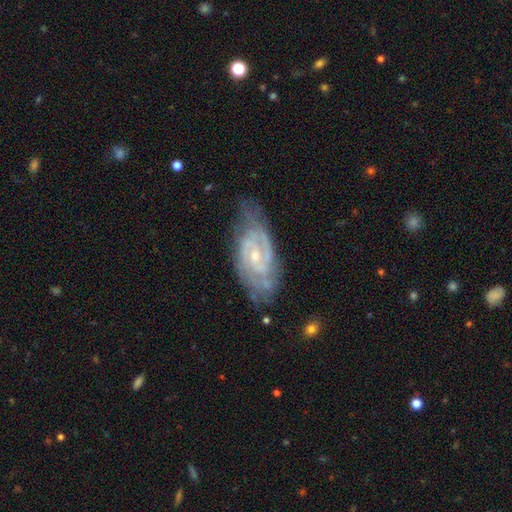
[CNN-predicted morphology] The model was most divided on "bar": weak: 48%, no: 39%, strong: 12%. More confident: spiral arms — yes (96%); edge-on disk — no (95%); smooth or featured — featured or disk (87%); bulge size — small (66%); spiral arm count — 2 (65%); merging — none (65%); spiral winding — tight (52%).